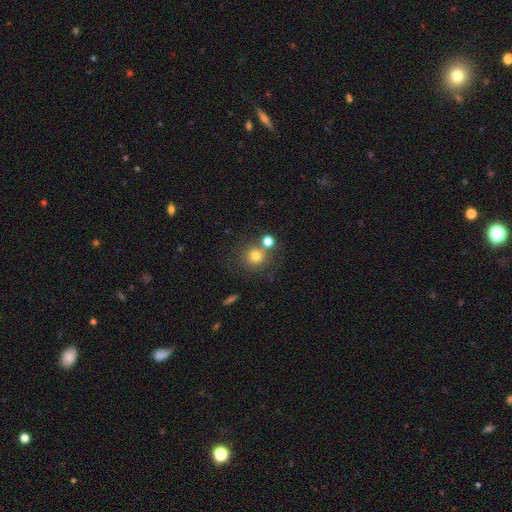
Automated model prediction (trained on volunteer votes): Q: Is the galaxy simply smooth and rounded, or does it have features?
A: smooth — 75%.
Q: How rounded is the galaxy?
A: round — 91%.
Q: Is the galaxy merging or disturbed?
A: none — 65%.